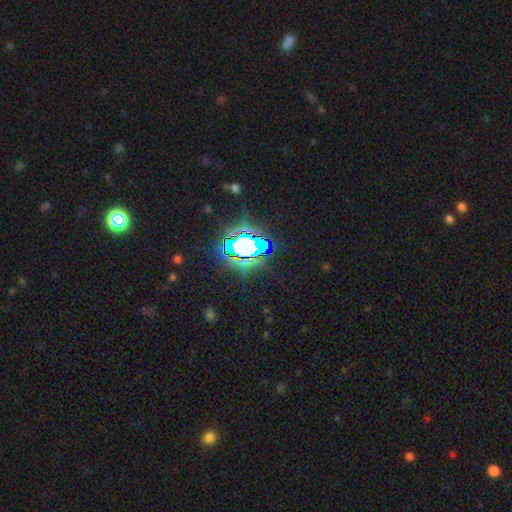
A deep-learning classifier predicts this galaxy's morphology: The model was most divided on "smooth or featured": star or artifact: 83%, smooth: 11%, featured or disk: 6%.